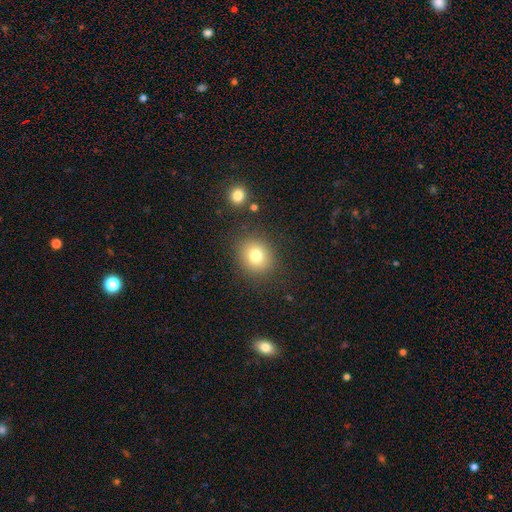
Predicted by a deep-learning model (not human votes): A smooth galaxy with no disk features (77%) that is round (78%).

Vote fractions:
- Smooth or featured? smooth: 77% / star or artifact: 13% / featured or disk: 10%
- How rounded? round: 78% / in between: 21% / cigar-shaped: 1%
- Merging? none: 85% / minor disturbance: 9% / major disturbance: 4% / merger: 3%